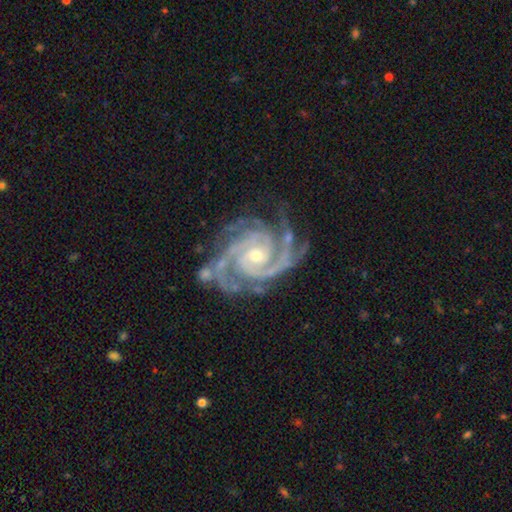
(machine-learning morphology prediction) Smooth or featured: featured or disk — 94% (star or artifact — 4%)
Edge-on disk: no — 98% (yes — 2%)
Bar: no — 63% (weak — 26%)
Spiral arms: yes — 99% (no — 1%)
Spiral winding: tight — 68% (medium — 29%)
Spiral arm count: 3 — 40% (2 — 28%)
Bulge size: small — 60% (moderate — 37%)
Merging: none — 66% (minor disturbance — 21%)